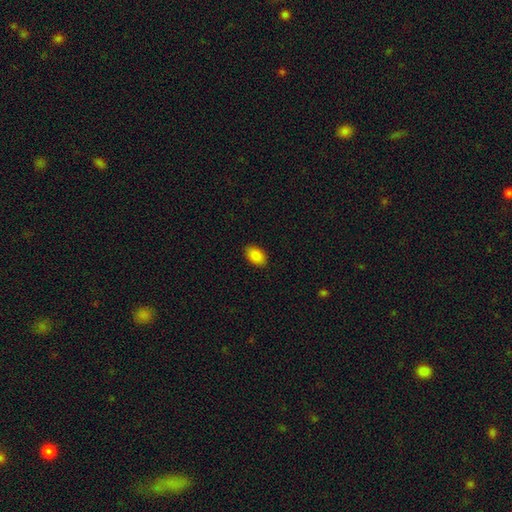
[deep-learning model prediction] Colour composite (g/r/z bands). It shows a smooth galaxy with no disk features (86%) that is in between round and cigar-shaped (91%). Merging: none (89%).